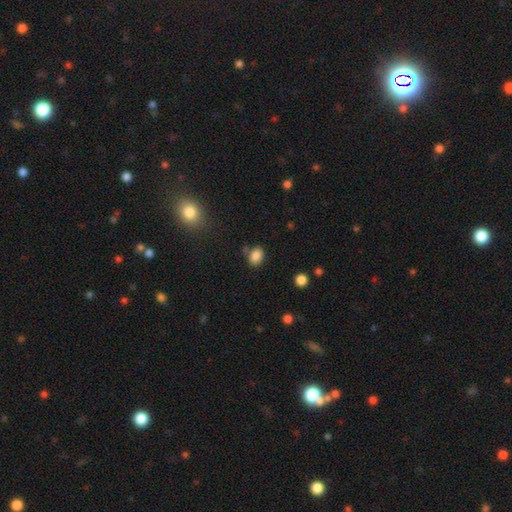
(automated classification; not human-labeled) A smooth galaxy with no disk features (85%) that is in between round and cigar-shaped (71%). Merging: none (73%).